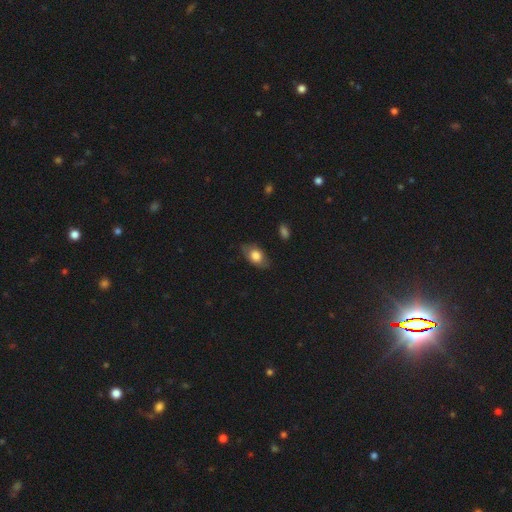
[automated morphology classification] Overall: smooth (74%). How rounded: in between (85%). Merging: none (75%).